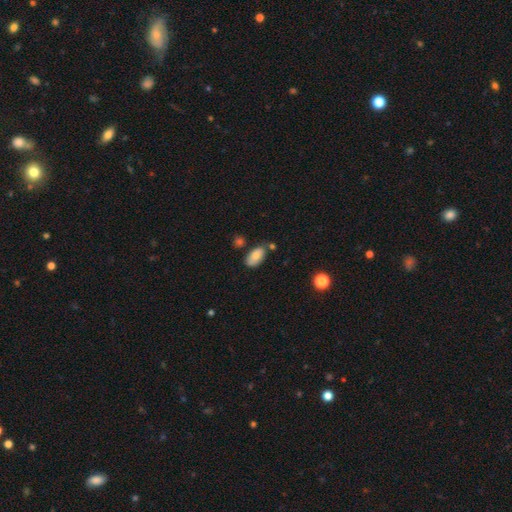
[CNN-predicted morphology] Q: Smooth or featured?
A: smooth (80%); runner-up: featured or disk (12%)
Q: How rounded?
A: in between (93%); runner-up: round (4%)
Q: Merging?
A: none (65%); runner-up: minor disturbance (21%)